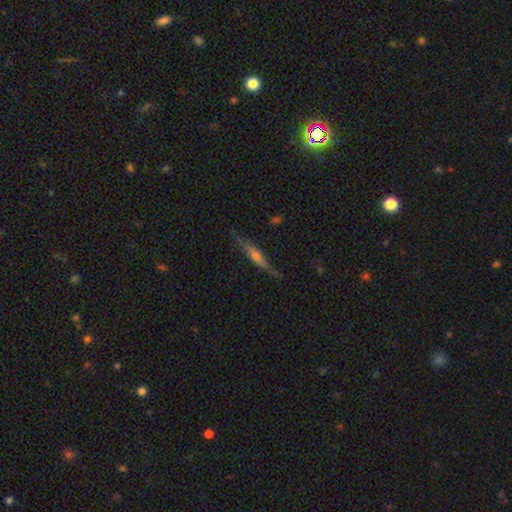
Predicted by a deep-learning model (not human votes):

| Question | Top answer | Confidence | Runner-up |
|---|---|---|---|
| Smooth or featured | featured or disk | 57% | smooth (35%) |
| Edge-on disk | yes | 92% | no (8%) |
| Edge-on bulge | rounded | 65% | none (19%) |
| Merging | none | 76% | minor disturbance (17%) |